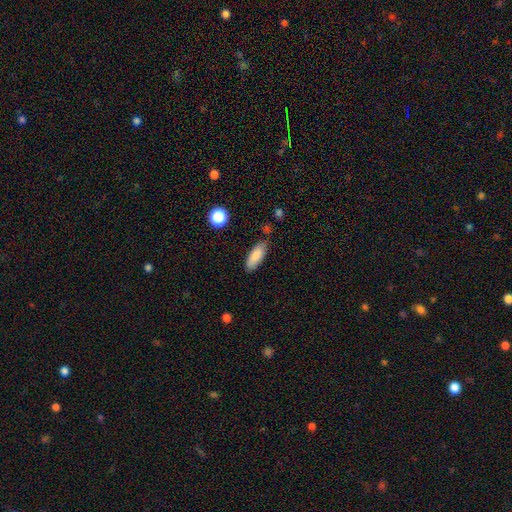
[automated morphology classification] This is clearly a smooth galaxy (86%). How rounded: likely in between (71%). Merging: likely none (77%).